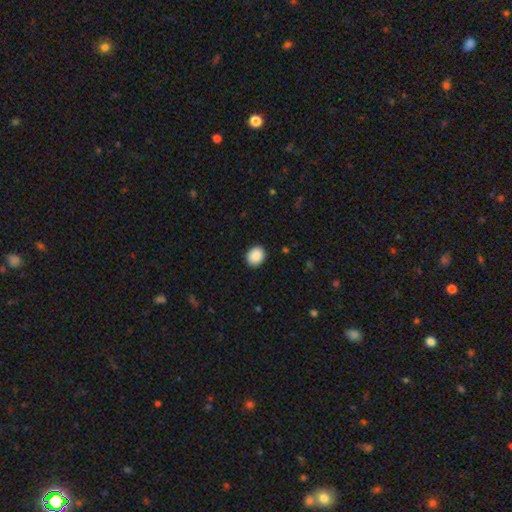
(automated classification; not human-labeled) smooth-or-featured: smooth: 90% | star or artifact: 8% | featured or disk: 3%
  how-rounded: round: 68% | in between: 31% | cigar-shaped: 1%
  merging: none: 91% | minor disturbance: 7% | major disturbance: 2% | merger: 1%